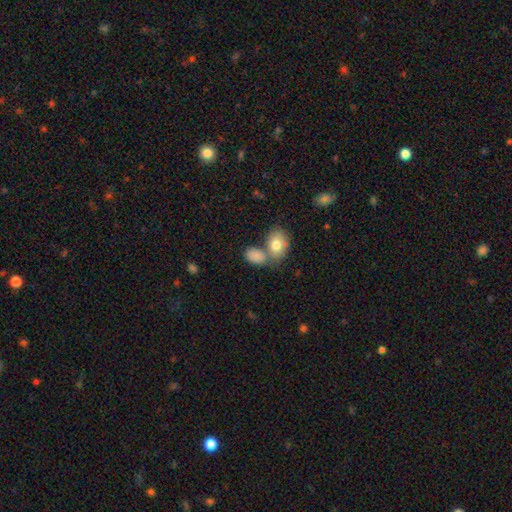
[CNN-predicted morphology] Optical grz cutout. It shows a smooth galaxy with no disk features (83%) that is in between round and cigar-shaped (83%). Merging: none (42%).